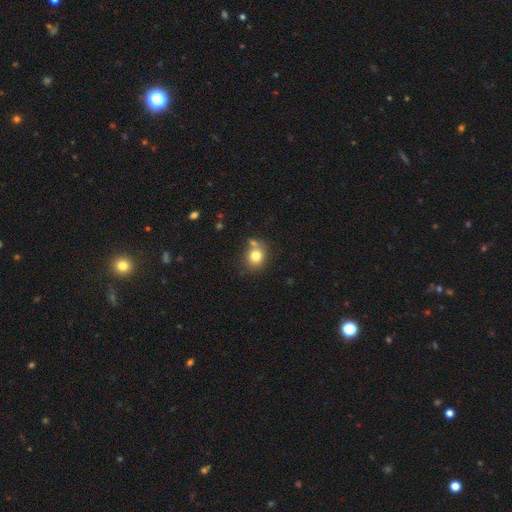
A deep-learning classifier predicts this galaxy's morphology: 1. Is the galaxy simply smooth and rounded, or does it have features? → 78% smooth, 11% star or artifact, 11% featured or disk.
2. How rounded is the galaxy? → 73% round, 26% in between, 1% cigar-shaped.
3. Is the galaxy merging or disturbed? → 62% none, 19% merger, 14% minor disturbance, 5% major disturbance.